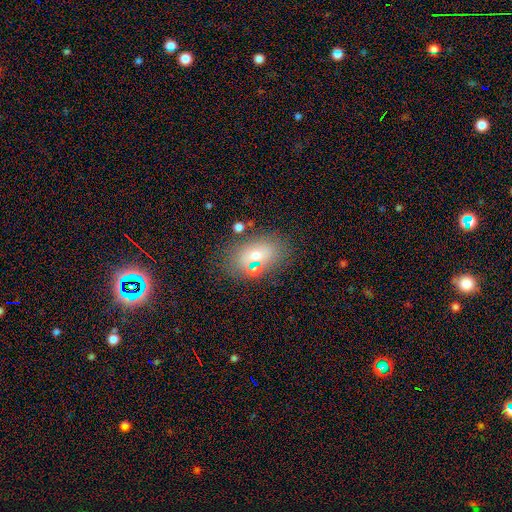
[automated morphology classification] A smooth galaxy with no disk features (65%) that is in between round and cigar-shaped (85%).

Vote fractions:
- Smooth or featured? smooth: 65% / featured or disk: 23% / star or artifact: 12%
- How rounded? in between: 85% / round: 13% / cigar-shaped: 2%
- Merging? none: 71% / minor disturbance: 15% / merger: 9% / major disturbance: 5%